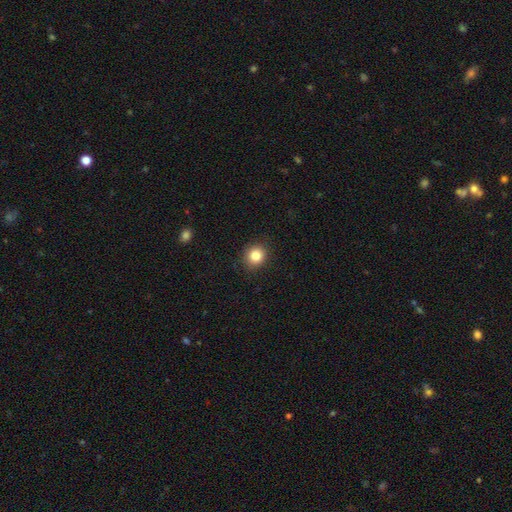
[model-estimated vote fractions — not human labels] smooth-or-featured: smooth: 84% | star or artifact: 10% | featured or disk: 5%
  how-rounded: round: 84% | in between: 15% | cigar-shaped: 1%
  merging: none: 88% | minor disturbance: 8% | major disturbance: 2% | merger: 1%